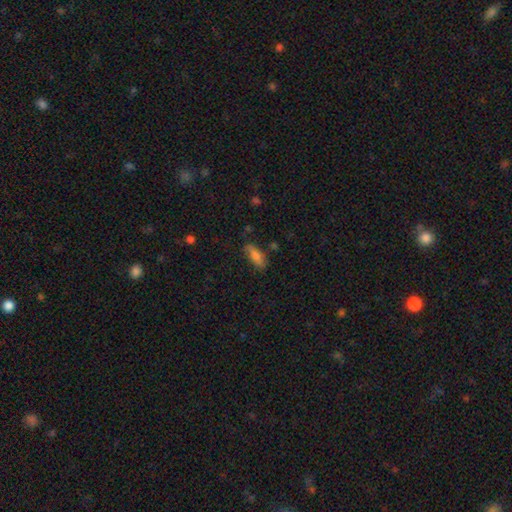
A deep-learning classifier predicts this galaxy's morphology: Overall: smooth (79%). How rounded: in between (66%; cigar-shaped 31%). Merging: none (68%).